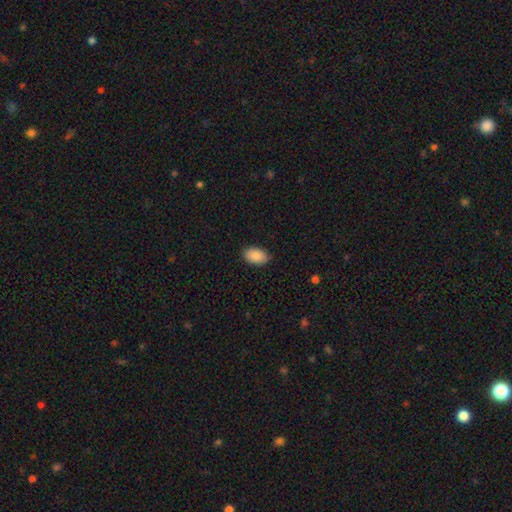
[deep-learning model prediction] The model was most divided on "merging": none: 86%, minor disturbance: 11%, major disturbance: 2%, merger: 1%. More confident: how rounded — in between (93%); smooth or featured — smooth (90%).